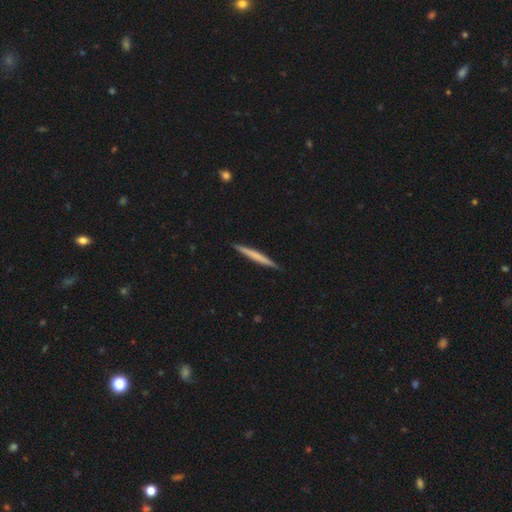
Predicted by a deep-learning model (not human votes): Morphology: type=smooth (56%); roundness=cigar-shaped (97%); merging=none (91%).